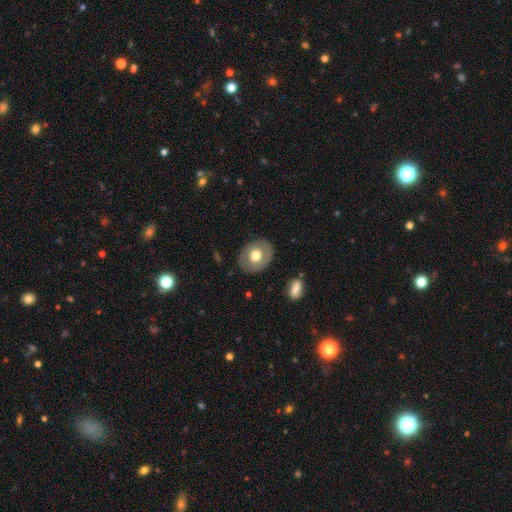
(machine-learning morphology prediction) A smooth galaxy with no disk features (62%) that is round (55%). Merging: none (84%).